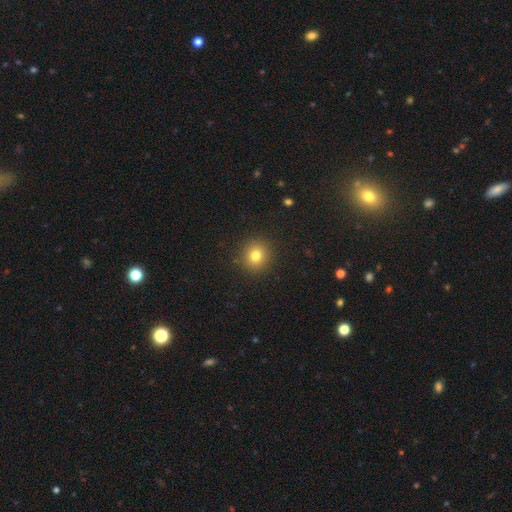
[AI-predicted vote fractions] Smooth or featured? smooth (79%)
How rounded? round (88%)
Merging? none (91%)